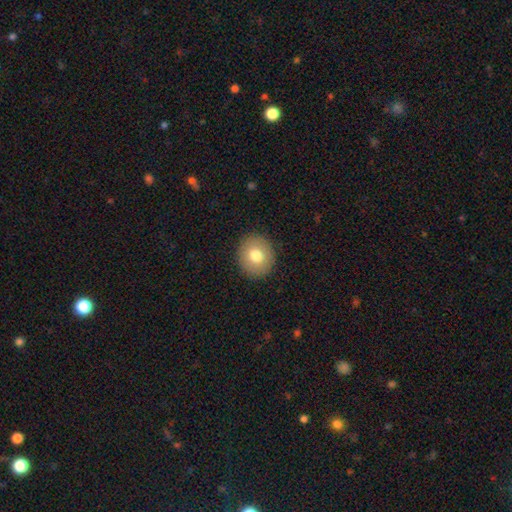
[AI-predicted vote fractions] A smooth galaxy with no disk features (76%) that is round (84%). Merging: none (91%).